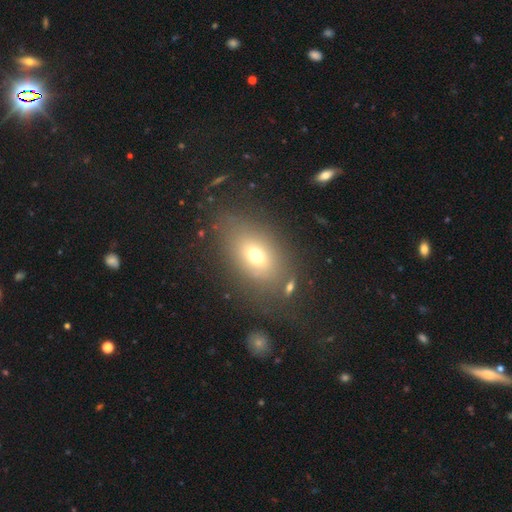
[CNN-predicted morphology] The model was most divided on "smooth or featured": smooth: 67%, featured or disk: 18%, star or artifact: 15%. More confident: how rounded — in between (75%); merging — none (73%).